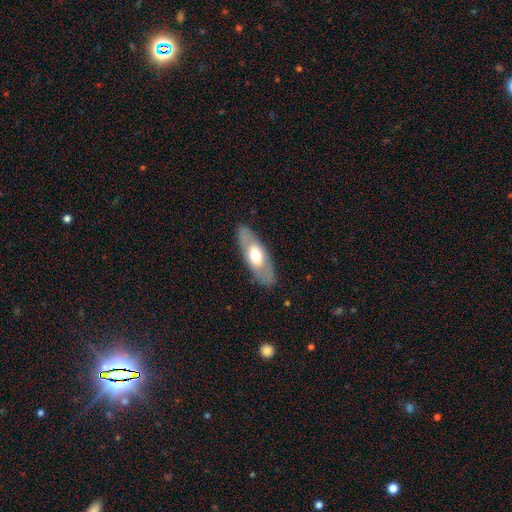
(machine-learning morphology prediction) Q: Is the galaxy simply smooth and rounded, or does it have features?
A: smooth — 52%.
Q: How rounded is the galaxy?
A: in between — 77%.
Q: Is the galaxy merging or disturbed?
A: none — 84%.